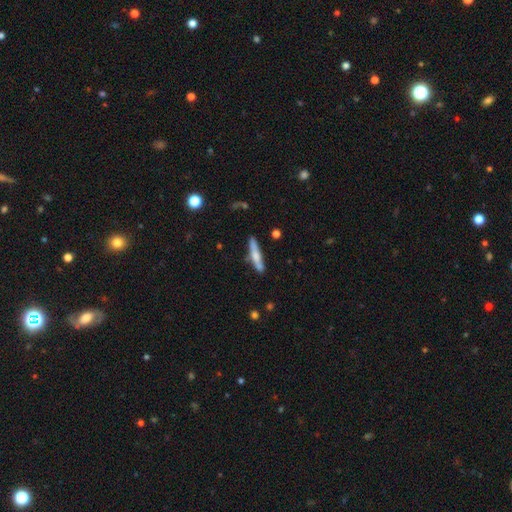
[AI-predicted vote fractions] A smooth galaxy with no disk features (57%) that is cigar-shaped (89%). Merging: none (78%).